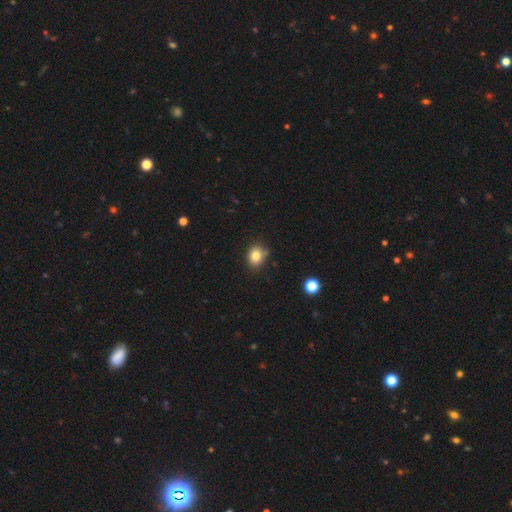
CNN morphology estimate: Smooth or featured: smooth — 82% (star or artifact — 11%)
How rounded: round — 57% (in between — 42%)
Merging: none — 75% (minor disturbance — 17%)